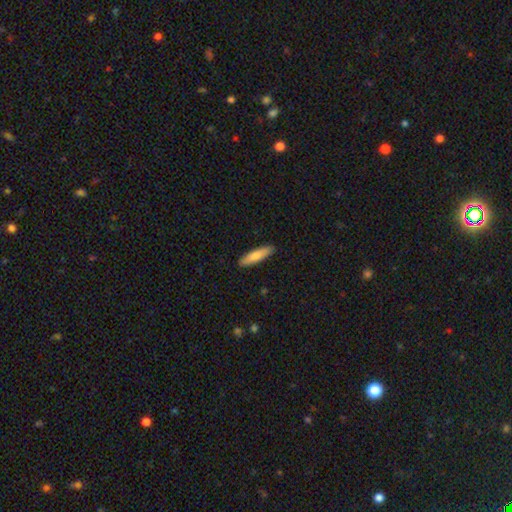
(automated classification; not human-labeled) Smooth or featured? smooth (77%)
How rounded? cigar-shaped (75%)
Merging? none (90%)